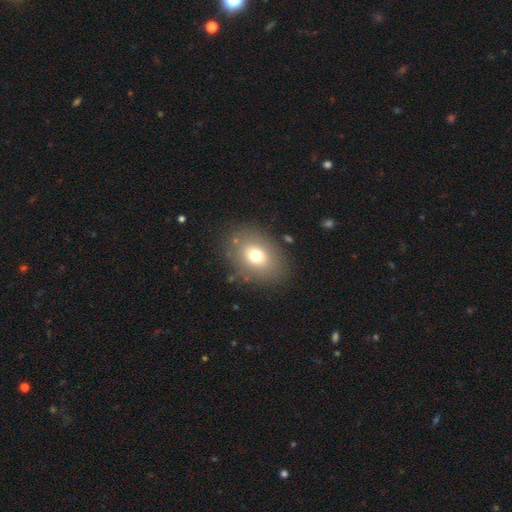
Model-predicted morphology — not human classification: smooth-or-featured: smooth: 72% | featured or disk: 16% | star or artifact: 11%
  how-rounded: in between: 69% | round: 30% | cigar-shaped: 1%
  merging: none: 83% | minor disturbance: 10% | major disturbance: 4% | merger: 2%